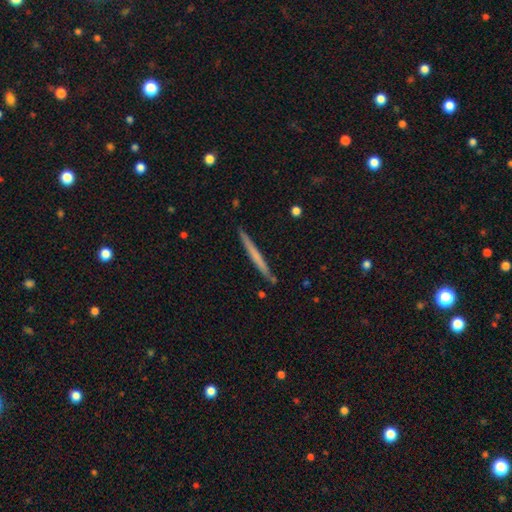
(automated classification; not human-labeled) Overall: smooth (52%; featured or disk 42%). How rounded: cigar-shaped (97%). Merging: none (90%).